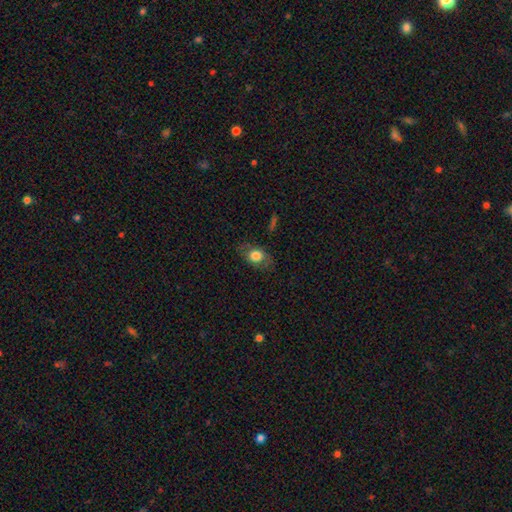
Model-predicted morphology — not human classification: Smooth or featured? Predicted: smooth (p=0.75). How rounded? Predicted: in between (p=0.67). Merging? Predicted: none (p=0.71).